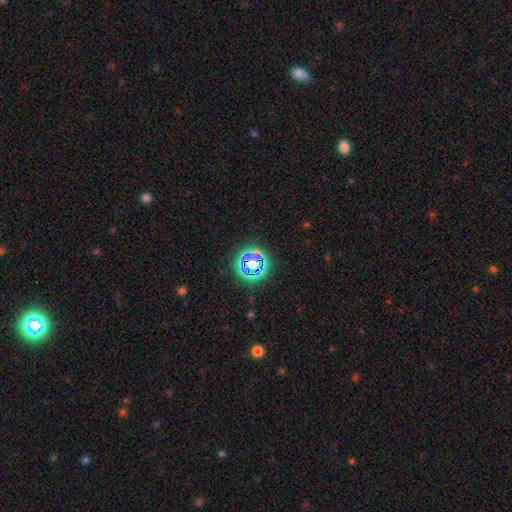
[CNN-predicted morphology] smooth-or-featured: star or artifact: 69% | smooth: 21% | featured or disk: 10%